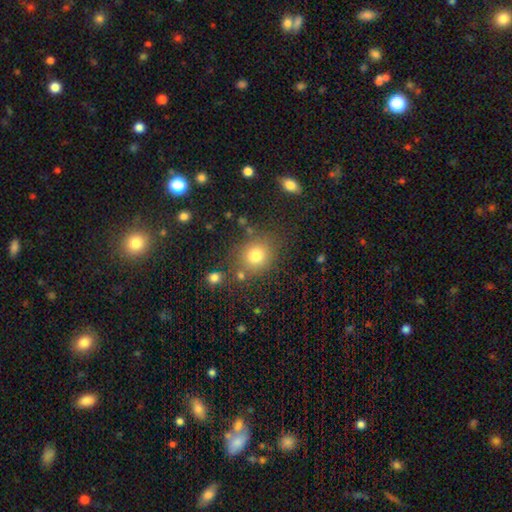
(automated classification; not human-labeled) smooth_or_featured: smooth (p=0.77) [alt: star or artifact p=0.15]
how_rounded: round (p=0.76) [alt: in between p=0.23]
merging: none (p=0.77) [alt: minor disturbance p=0.11]